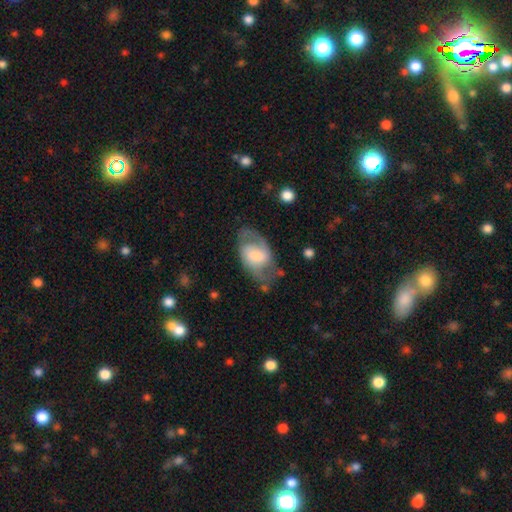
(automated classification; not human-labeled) Smooth or featured?
  - featured or disk: 65% *
  - smooth: 29%
  - star or artifact: 6%
Edge-on disk?
  - no: 94% *
  - yes: 6%
Bar?
  - weak: 46% *
  - no: 37%
  - strong: 17%
Spiral arms?
  - yes: 81% *
  - no: 19%
Bulge size?
  - moderate: 47% *
  - small: 28%
  - large: 18%
  - none: 4%
  - dominant: 2%
Merging?
  - none: 66% *
  - minor disturbance: 20%
  - major disturbance: 11%
  - merger: 2%